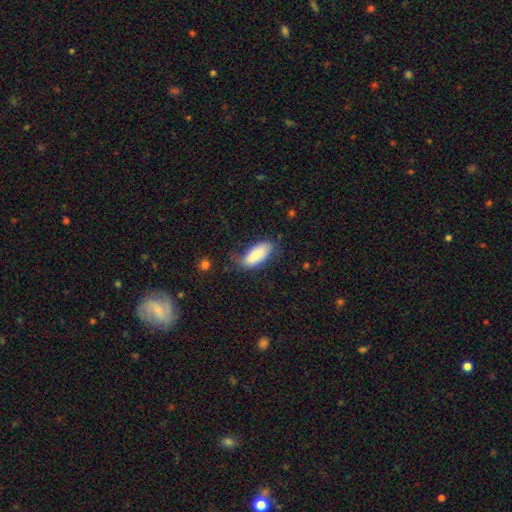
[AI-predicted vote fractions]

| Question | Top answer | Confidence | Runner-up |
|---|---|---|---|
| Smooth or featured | smooth | 84% | featured or disk (10%) |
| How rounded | in between | 88% | cigar-shaped (11%) |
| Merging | none | 64% | minor disturbance (26%) |